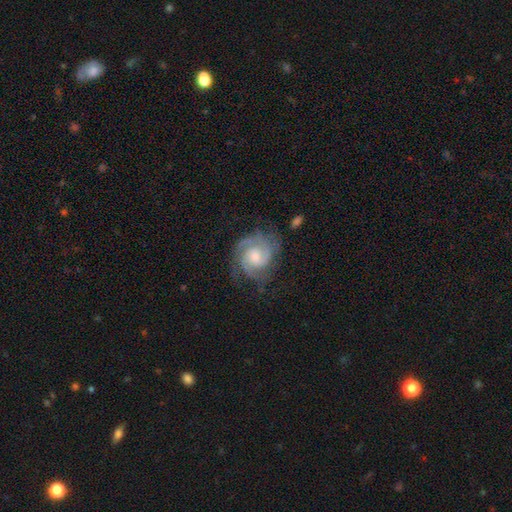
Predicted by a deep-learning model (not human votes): Smooth or featured? Predicted: featured or disk (p=0.88). Edge-on disk? Predicted: no (p=0.98). Bar? Predicted: no (p=0.58). Spiral arms? Predicted: yes (p=0.98). Spiral winding? Predicted: tight (p=0.59). Spiral arm count? Predicted: 2 (p=0.45). Bulge size? Predicted: moderate (p=0.49). Merging? Predicted: none (p=0.70).